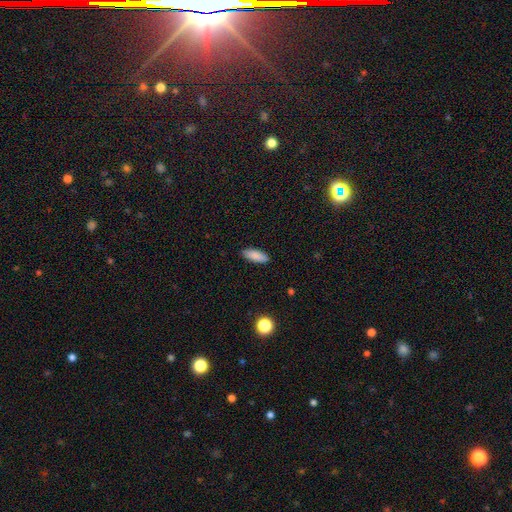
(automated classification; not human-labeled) Q: Smooth or featured?
A: smooth (87%); runner-up: star or artifact (7%)
Q: How rounded?
A: in between (68%); runner-up: cigar-shaped (30%)
Q: Merging?
A: none (90%); runner-up: minor disturbance (8%)